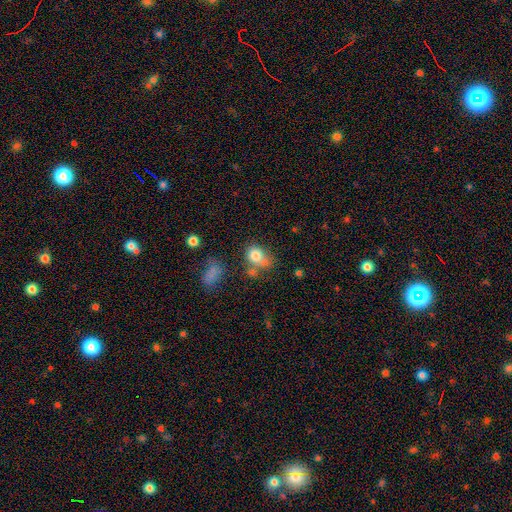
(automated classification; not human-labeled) smooth-or-featured: smooth: 78% | featured or disk: 11% | star or artifact: 11%
  how-rounded: in between: 53% | round: 46% | cigar-shaped: 1%
  merging: none: 40% | minor disturbance: 24% | merger: 22% | major disturbance: 14%